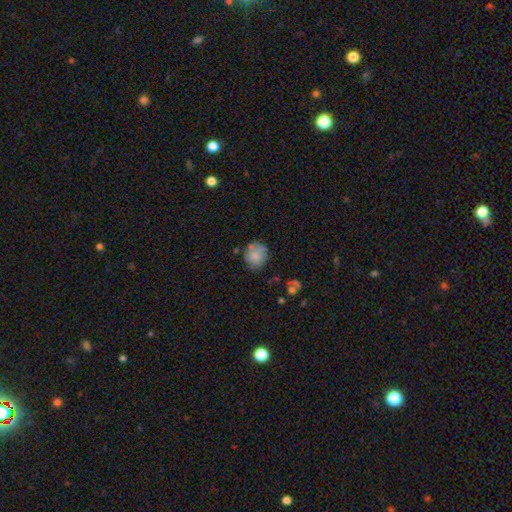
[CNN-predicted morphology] Smooth or featured? smooth (77%)
How rounded? round (73%)
Merging? none (64%)